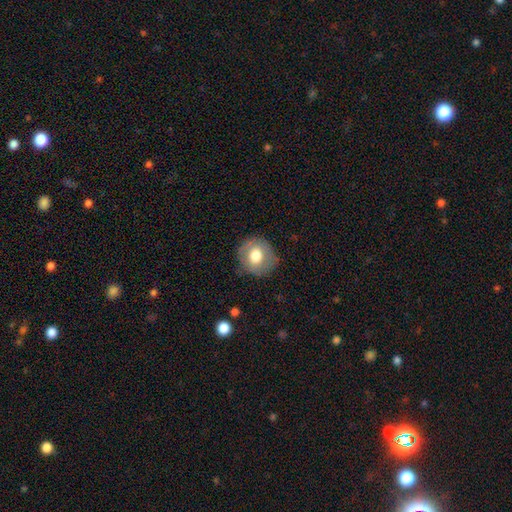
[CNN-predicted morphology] Smooth or featured? smooth (70%)
How rounded? round (87%)
Merging? none (80%)